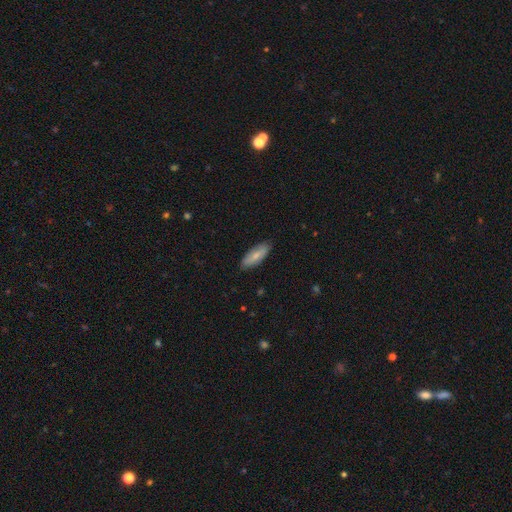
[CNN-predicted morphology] Smooth or featured?
  - smooth: 72% *
  - featured or disk: 22%
  - star or artifact: 5%
How rounded?
  - in between: 66% *
  - cigar-shaped: 32%
  - round: 2%
Merging?
  - none: 85% *
  - minor disturbance: 12%
  - major disturbance: 2%
  - merger: 1%